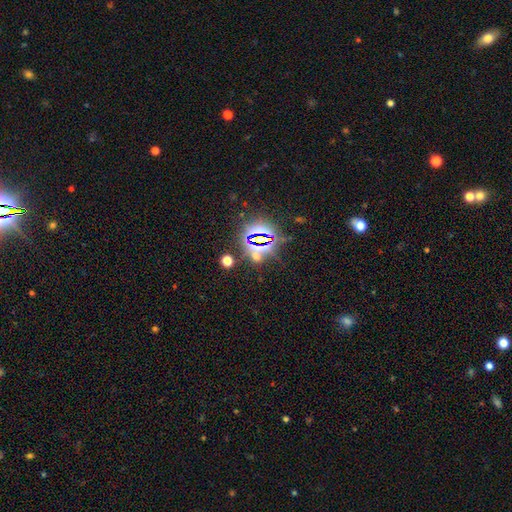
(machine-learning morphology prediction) Overall: star or artifact (70%).